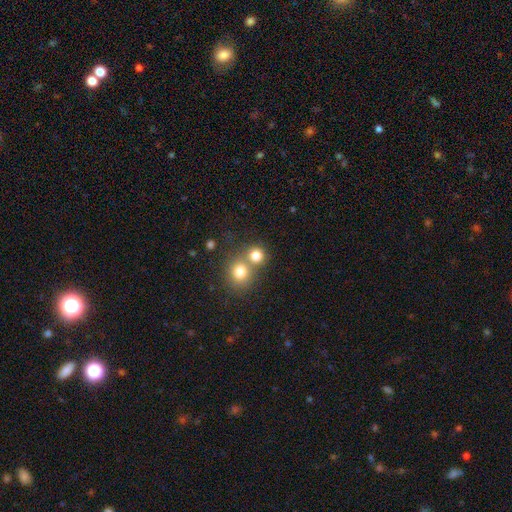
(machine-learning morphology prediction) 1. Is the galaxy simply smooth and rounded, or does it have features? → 78% smooth, 12% star or artifact, 9% featured or disk.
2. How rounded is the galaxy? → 86% round, 13% in between, 1% cigar-shaped.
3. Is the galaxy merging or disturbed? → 50% none, 41% merger, 6% minor disturbance, 3% major disturbance.